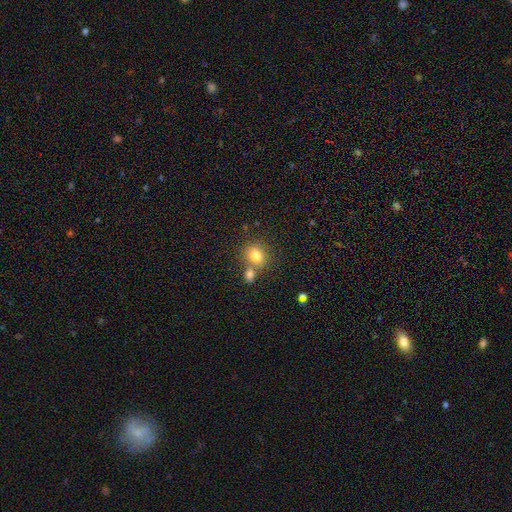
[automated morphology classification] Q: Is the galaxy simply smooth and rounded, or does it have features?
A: smooth — 79%.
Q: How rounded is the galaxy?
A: round — 62%.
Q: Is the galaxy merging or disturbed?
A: none — 54%.